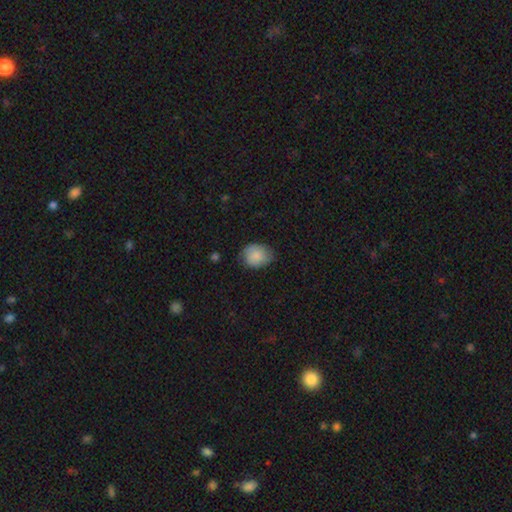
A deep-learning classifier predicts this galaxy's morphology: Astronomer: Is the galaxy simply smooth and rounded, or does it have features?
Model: smooth — 82%.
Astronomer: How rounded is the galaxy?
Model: in between — 52% (runner-up: round, 47%).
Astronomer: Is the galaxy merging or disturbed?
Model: none — 69%.